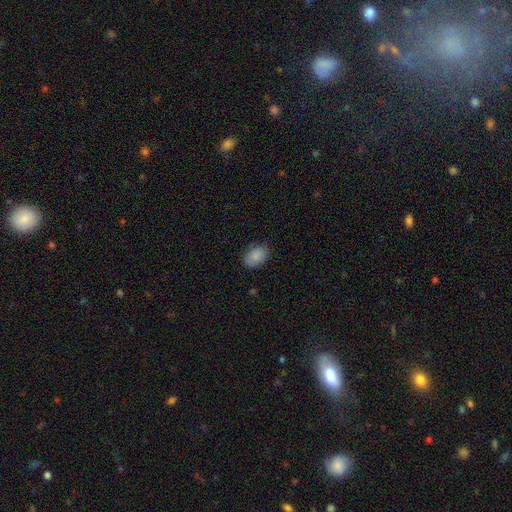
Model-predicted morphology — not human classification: smooth-or-featured: smooth: 88% | star or artifact: 7% | featured or disk: 5%
  how-rounded: in between: 86% | round: 13% | cigar-shaped: 1%
  merging: none: 82% | minor disturbance: 14% | major disturbance: 3% | merger: 1%